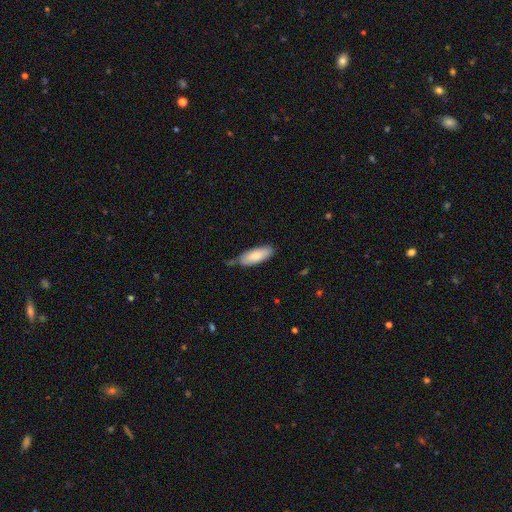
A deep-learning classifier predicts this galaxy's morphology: A smooth galaxy with no disk features (81%) that is in between round and cigar-shaped (71%). Merging: none (60%).